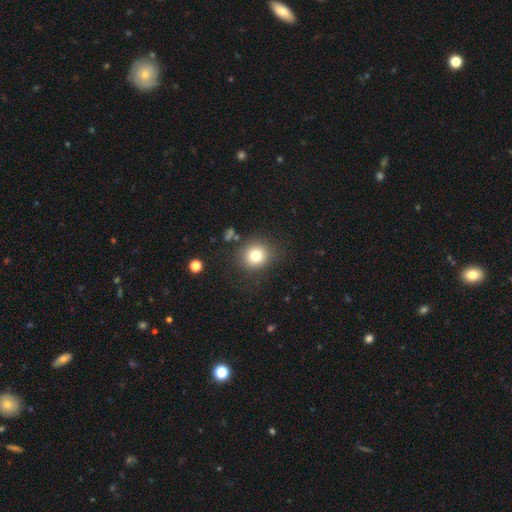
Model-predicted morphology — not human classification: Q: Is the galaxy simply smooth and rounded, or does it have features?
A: smooth — 78%.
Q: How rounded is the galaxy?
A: round — 85%.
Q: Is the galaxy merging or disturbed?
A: none — 84%.